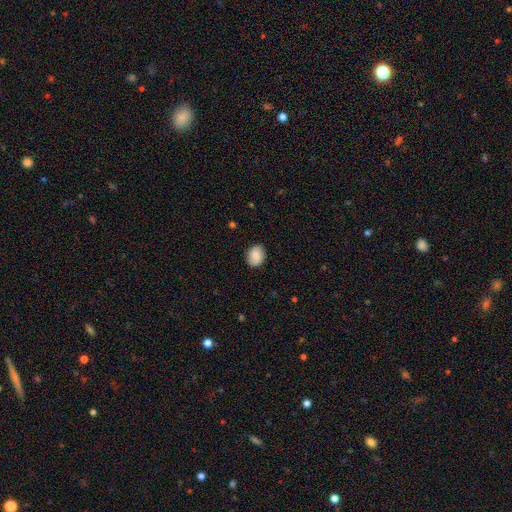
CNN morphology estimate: Smooth or featured? Predicted: smooth (p=0.78). How rounded? Predicted: round (p=0.53). Merging? Predicted: none (p=0.86).